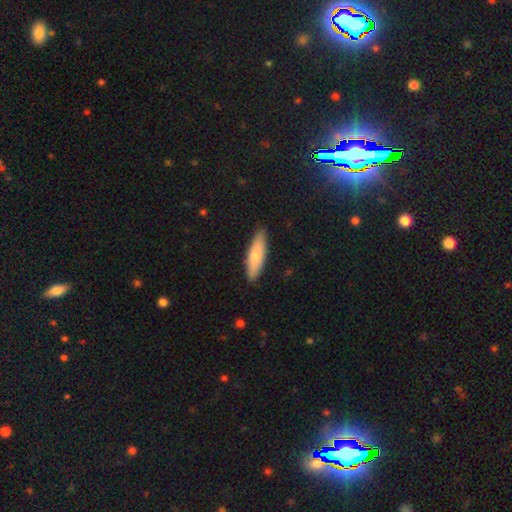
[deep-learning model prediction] The model was most divided on "how rounded": cigar-shaped: 59%, in between: 39%, round: 2%. More confident: merging — none (87%); smooth or featured — smooth (73%).